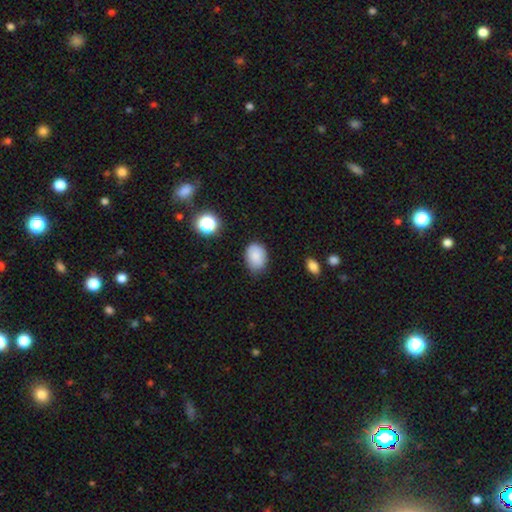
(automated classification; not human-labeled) smooth_or_featured: smooth (p=0.85) [alt: star or artifact p=0.09]
how_rounded: in between (p=0.73) [alt: round p=0.26]
merging: none (p=0.75) [alt: minor disturbance p=0.20]